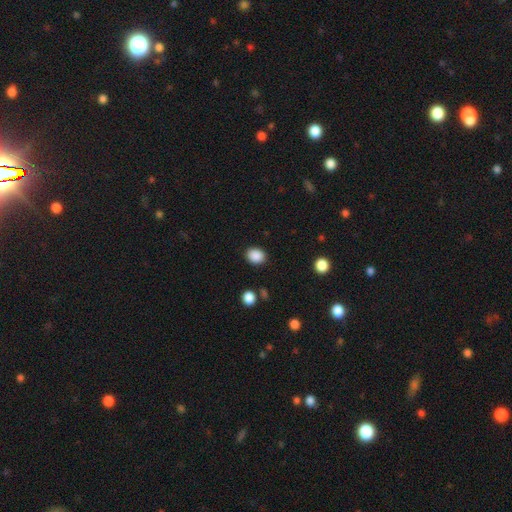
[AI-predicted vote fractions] A smooth galaxy with no disk features (88%) that is round (53%). Merging: none (88%).